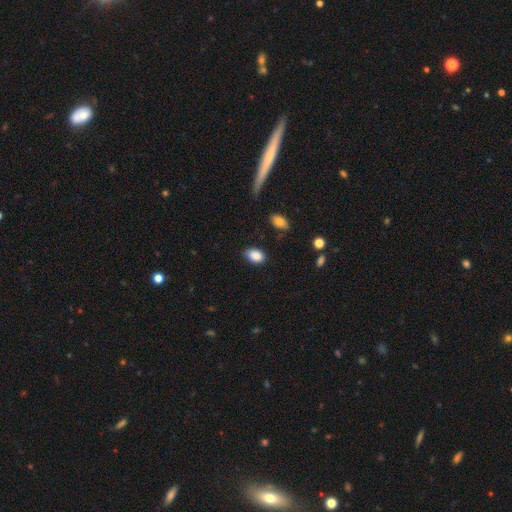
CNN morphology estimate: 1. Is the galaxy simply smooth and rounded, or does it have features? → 87% smooth, 8% star or artifact, 5% featured or disk.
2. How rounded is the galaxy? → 87% in between, 12% round, 1% cigar-shaped.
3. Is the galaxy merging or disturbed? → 78% none, 17% minor disturbance, 4% major disturbance, 2% merger.